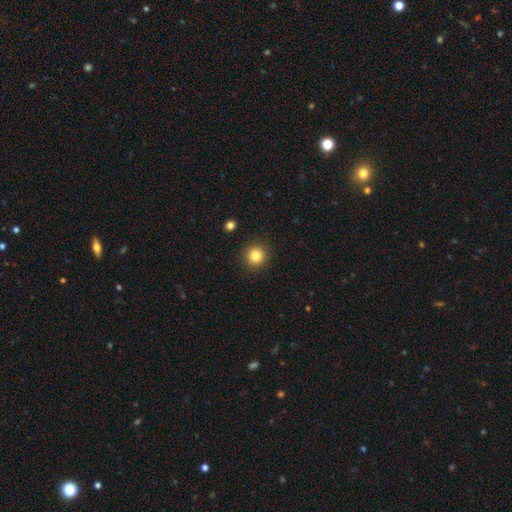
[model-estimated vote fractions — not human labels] This is clearly a smooth galaxy (83%). How rounded: clearly round (94%). Merging: clearly none (92%).